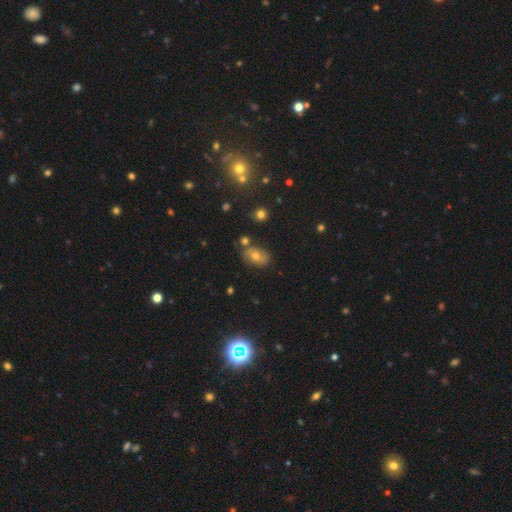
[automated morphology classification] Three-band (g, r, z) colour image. It shows a smooth galaxy with no disk features (66%) that is in between round and cigar-shaped (84%). Merging: none (69%).